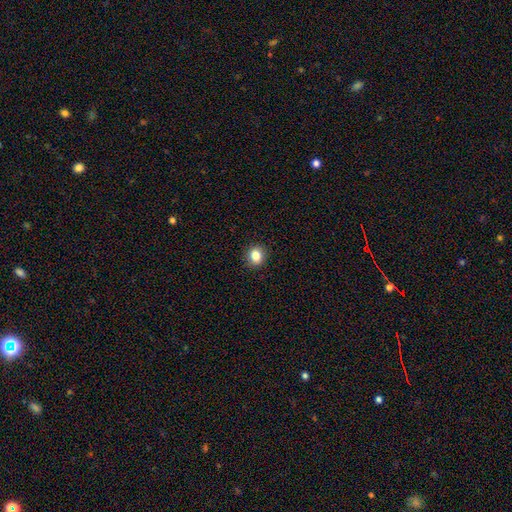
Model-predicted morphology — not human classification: Smooth or featured? smooth (84%)
How rounded? round (75%)
Merging? none (91%)